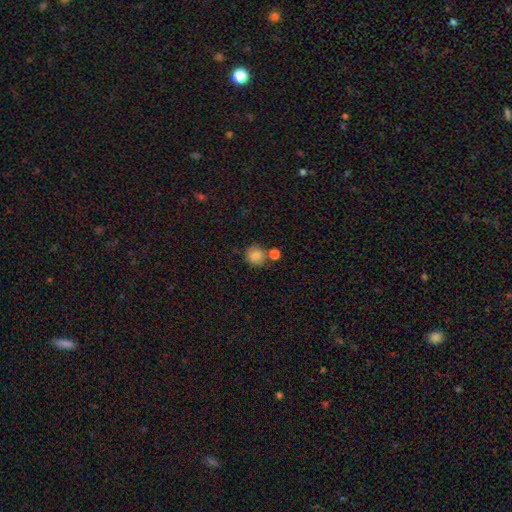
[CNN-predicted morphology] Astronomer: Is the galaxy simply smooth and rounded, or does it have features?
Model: smooth — 85%.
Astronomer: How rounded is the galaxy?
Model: round — 87%.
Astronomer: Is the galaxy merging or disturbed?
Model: none — 66%.